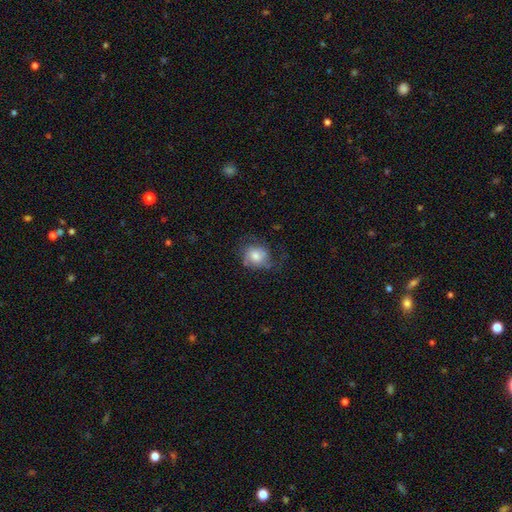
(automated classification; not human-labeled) Overall: smooth (50%; featured or disk 40%). How rounded: round (62%; in between 37%). Merging: none (52%; minor disturbance 26%).